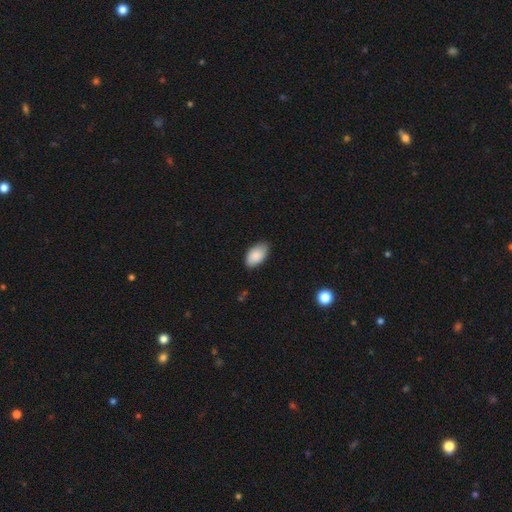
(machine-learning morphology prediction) This appears to be a smooth galaxy with no disk features (88%) that is in between round and cigar-shaped (95%). Merging: none (80%).